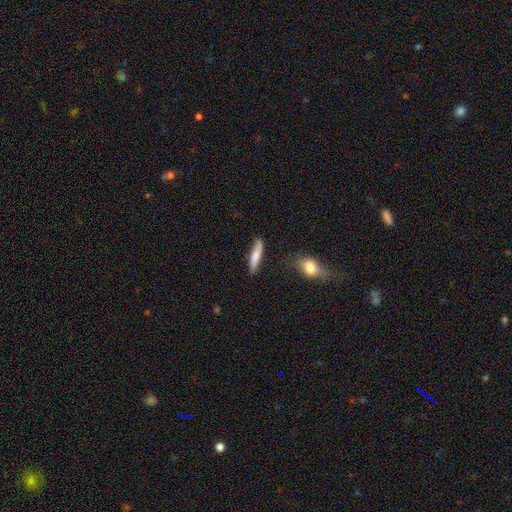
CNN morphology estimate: smooth 72%, featured or disk 22%, star or artifact 6%. Down the decision tree: how rounded — cigar-shaped (83%); merging — none (76%).